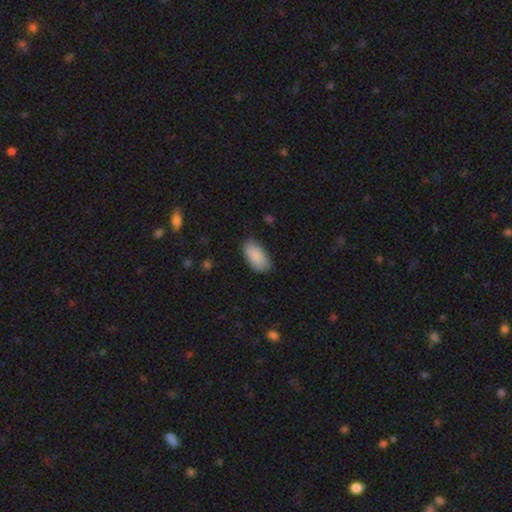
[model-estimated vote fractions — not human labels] Overall: smooth (86%). How rounded: in between (94%). Merging: none (81%).